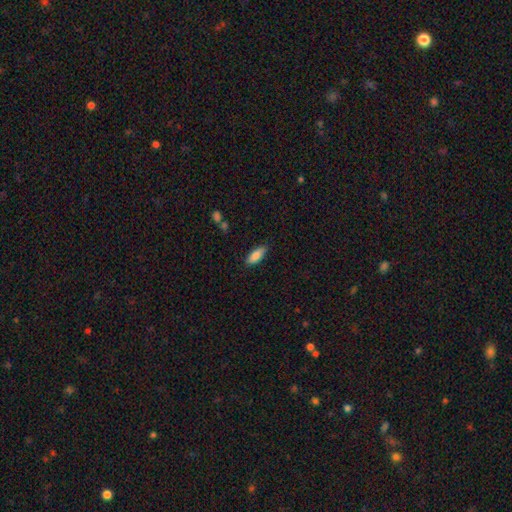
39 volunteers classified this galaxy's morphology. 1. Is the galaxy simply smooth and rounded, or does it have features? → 87% smooth, 13% featured or disk, 0% star or artifact.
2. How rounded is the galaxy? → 82% in between, 18% cigar-shaped, 0% round.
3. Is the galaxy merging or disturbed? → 82% none, 8% minor disturbance, 8% major disturbance, 3% merger.